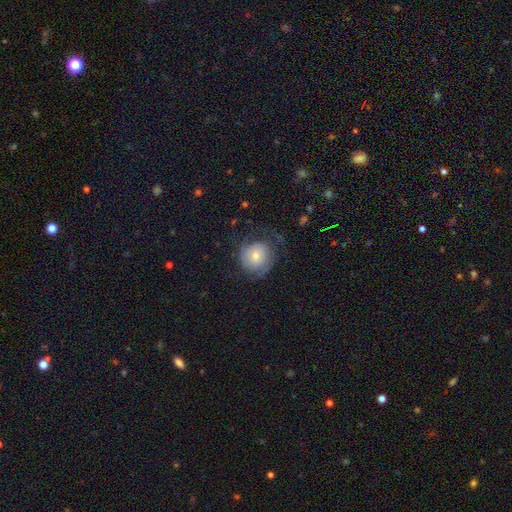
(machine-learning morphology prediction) smooth_or_featured: smooth (p=0.50) [alt: featured or disk p=0.42]
merging: none (p=0.55) [alt: major disturbance p=0.22]